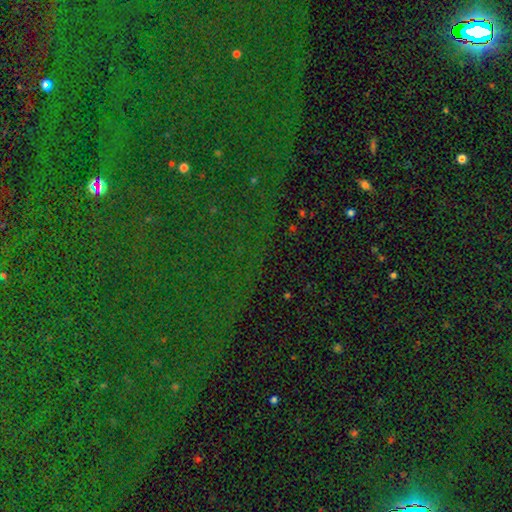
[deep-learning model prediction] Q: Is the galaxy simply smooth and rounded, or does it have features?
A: star or artifact — 84%.